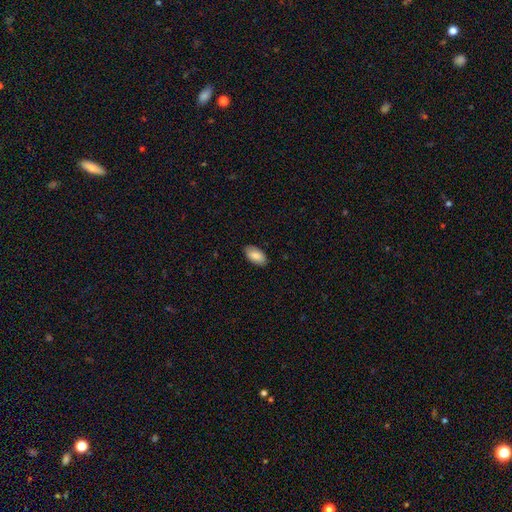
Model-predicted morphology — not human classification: type=smooth (84%); roundness=in between (95%); merging=none (86%).